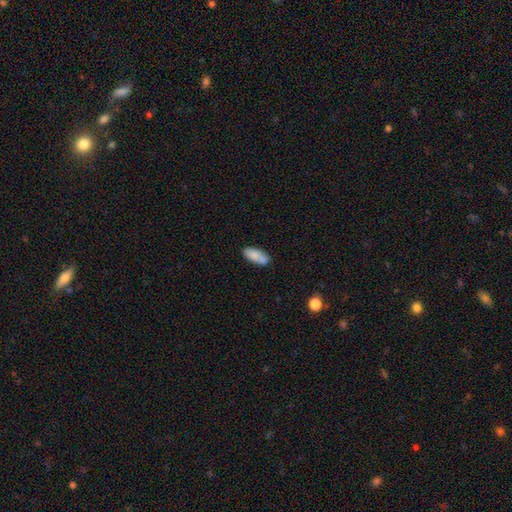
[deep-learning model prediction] Smooth or featured? smooth (82%)
How rounded? in between (81%)
Merging? none (64%)